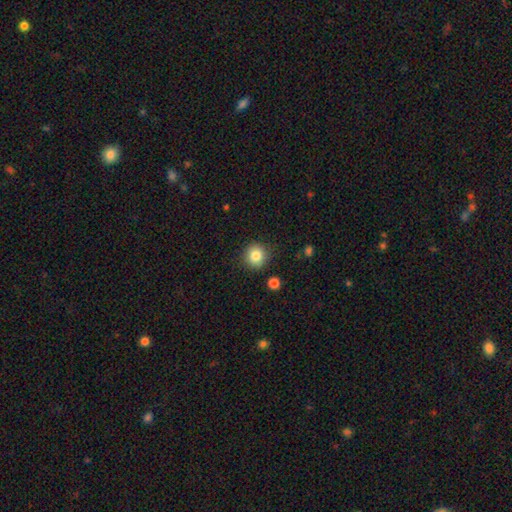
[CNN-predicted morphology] Smooth or featured: smooth — 84% (star or artifact — 10%)
How rounded: round — 91% (in between — 8%)
Merging: none — 87% (minor disturbance — 8%)